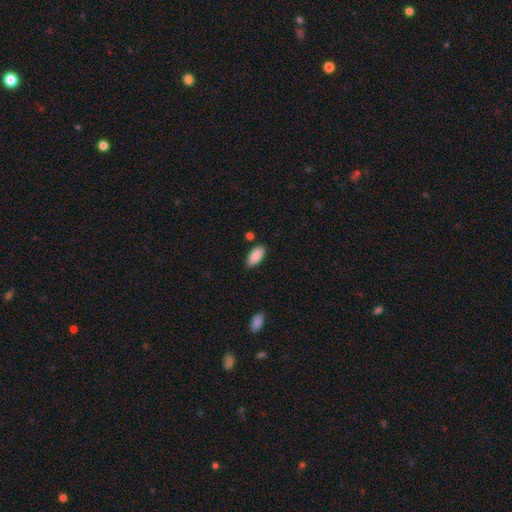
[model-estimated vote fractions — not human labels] This is clearly a smooth galaxy (89%). How rounded: clearly in between (89%). Merging: clearly none (83%).